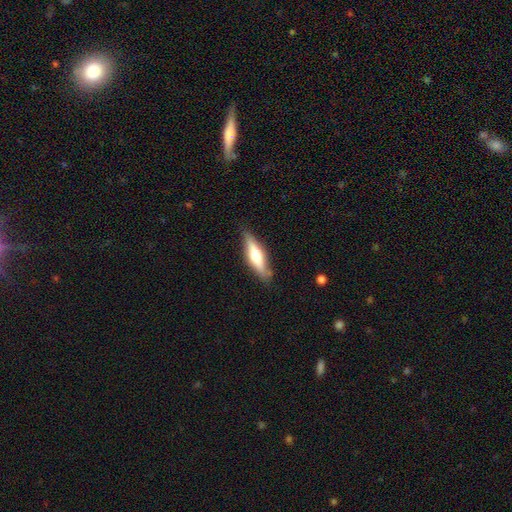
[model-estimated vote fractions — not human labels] featured or disk 48%, smooth 46%, star or artifact 6%. Down the decision tree: merging — none (83%).